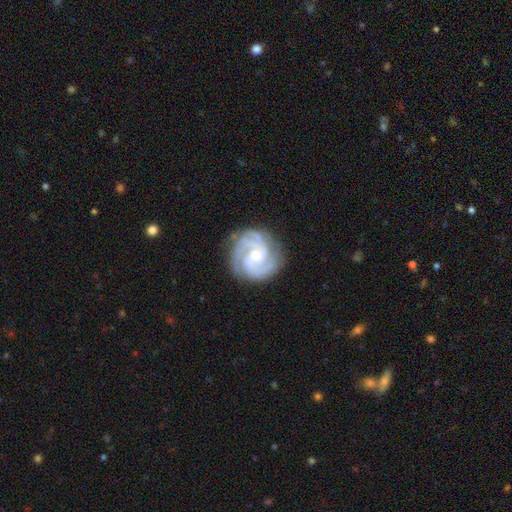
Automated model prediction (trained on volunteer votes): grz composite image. It shows a featured or disk galaxy (91%) with no bar (61%), 3 (47%) tight (69%) spiral arms (98%) and a small central bulge (49%). Merging: none (81%).